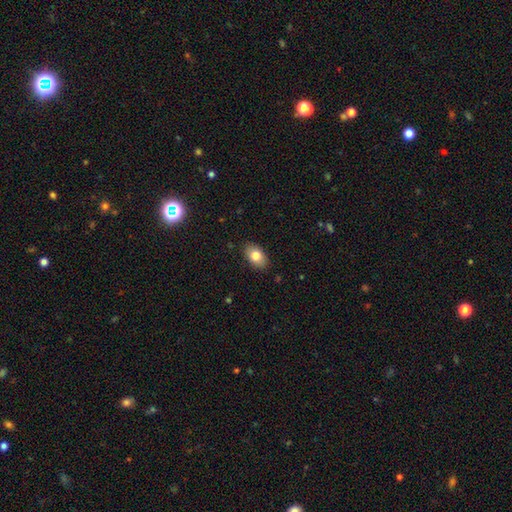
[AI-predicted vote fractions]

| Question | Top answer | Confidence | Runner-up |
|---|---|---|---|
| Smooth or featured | smooth | 81% | featured or disk (12%) |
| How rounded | in between | 88% | round (10%) |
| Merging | none | 87% | minor disturbance (10%) |